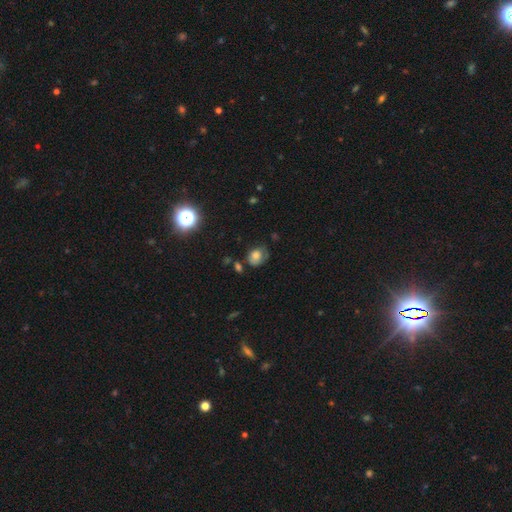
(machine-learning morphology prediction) A smooth galaxy with no disk features (66%) that is round (50%). Merging: none (47%).